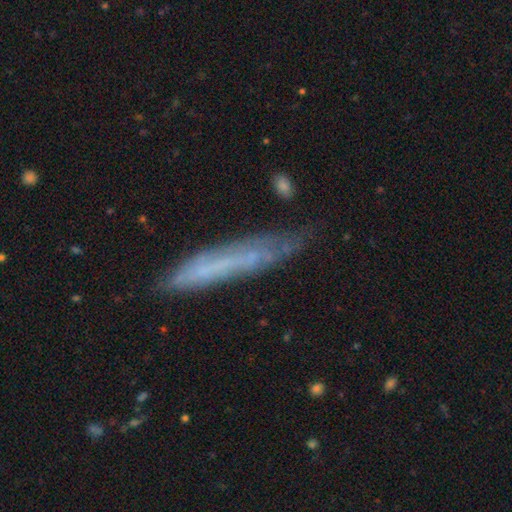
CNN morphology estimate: Overall: featured or disk (46%; smooth 44%). Merging: none (70%).